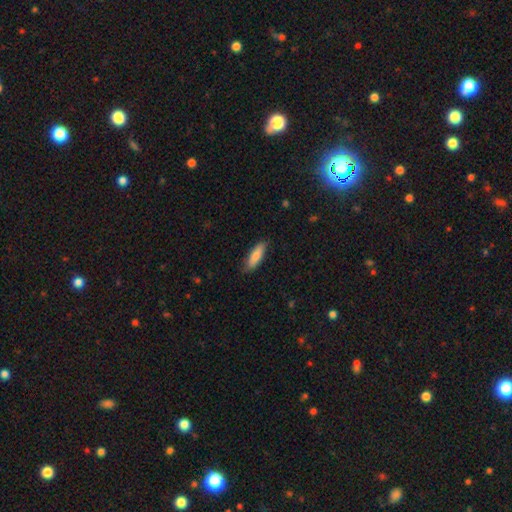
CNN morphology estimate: The model was most divided on "how rounded": cigar-shaped: 52%, in between: 47%, round: 2%. More confident: smooth or featured — smooth (83%); merging — none (82%).